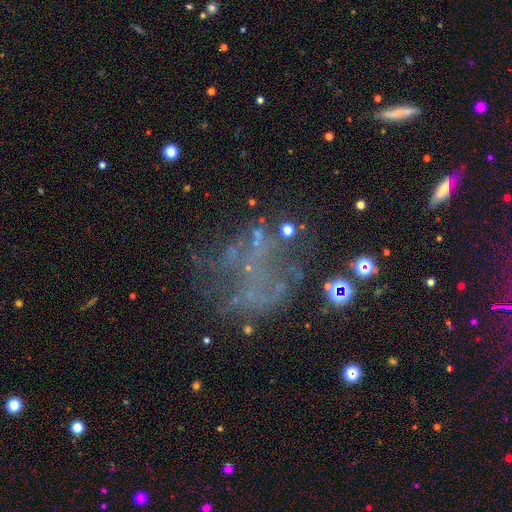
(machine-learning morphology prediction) Q: Smooth or featured?
A: featured or disk (51%); runner-up: star or artifact (30%)
Q: Edge-on disk?
A: no (97%); runner-up: yes (3%)
Q: Merging?
A: none (46%); runner-up: major disturbance (30%)